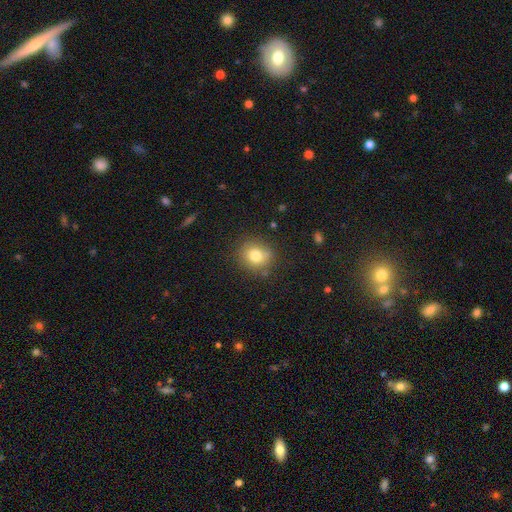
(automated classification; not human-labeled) smooth 78%, star or artifact 12%, featured or disk 10%. Down the decision tree: how rounded — round (84%); merging — none (81%).